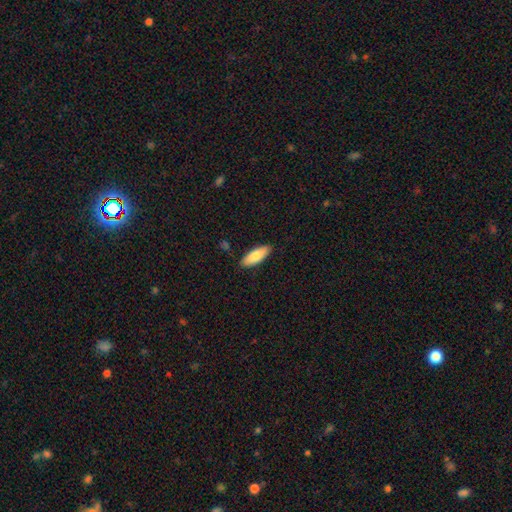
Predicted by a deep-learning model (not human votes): Smooth or featured: smooth — 80% (featured or disk — 14%)
How rounded: in between — 67% (cigar-shaped — 32%)
Merging: none — 87% (minor disturbance — 10%)